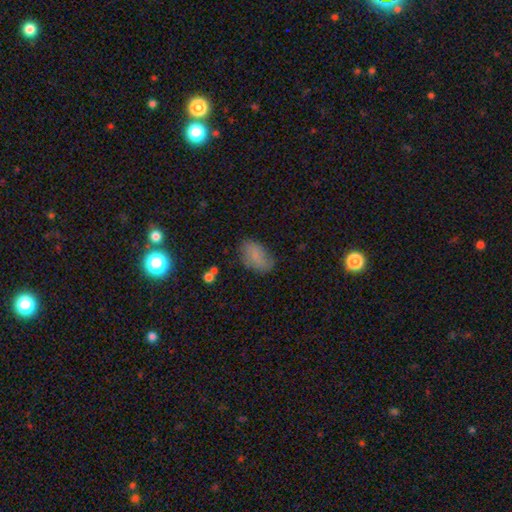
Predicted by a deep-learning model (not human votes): This appears to be a smooth galaxy with no disk features (74%) that is in between round and cigar-shaped (91%). Merging: none (69%).